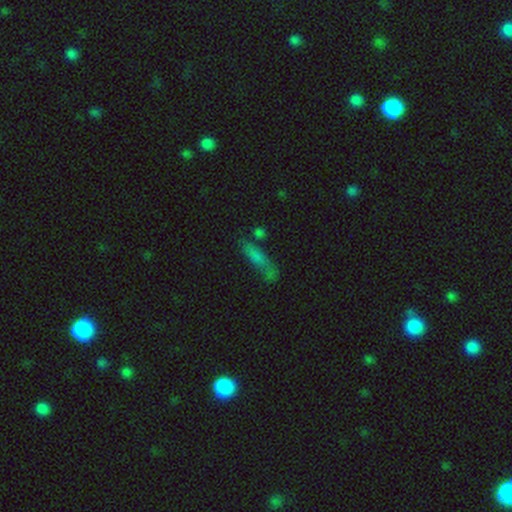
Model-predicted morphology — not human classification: smooth-or-featured: smooth: 67% | featured or disk: 20% | star or artifact: 13%
  how-rounded: cigar-shaped: 62% | in between: 33% | round: 5%
  merging: none: 55% | minor disturbance: 23% | major disturbance: 12% | merger: 9%